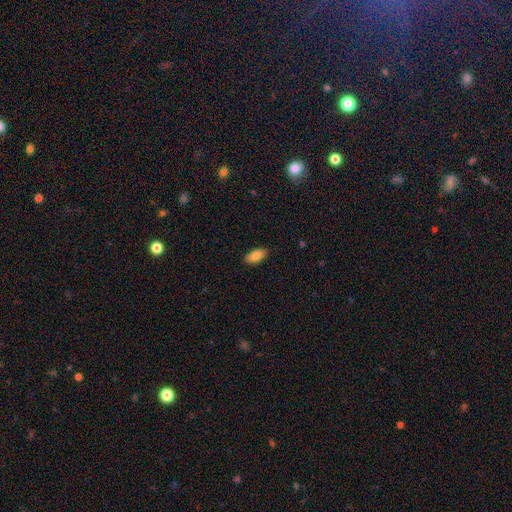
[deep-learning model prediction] A smooth galaxy with no disk features (84%) that is in between round and cigar-shaped (89%). Merging: none (89%).